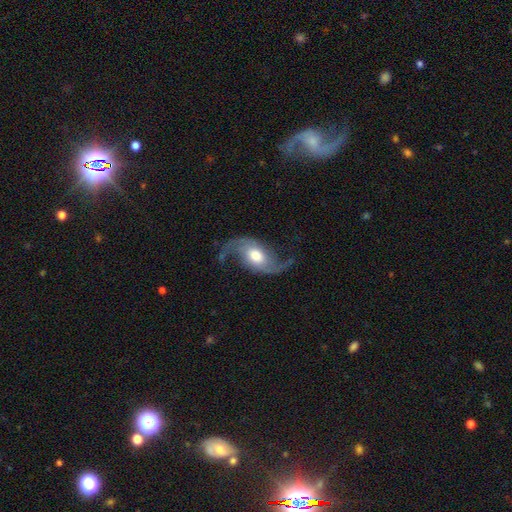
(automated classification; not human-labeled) smooth-or-featured: featured or disk: 89% | smooth: 6% | star or artifact: 5%
  disk-edge-on: no: 96% | yes: 4%
    bar: no: 58% | weak: 31% | strong: 10%
    has-spiral-arms: yes: 97% | no: 3%
      spiral-winding: loose: 77% | medium: 18% | tight: 4%
      spiral-arm-count: 2: 94% | 1: 1% | can't tell: 1% | 3: 1% | 4: 1% | more than 4: 1%
    bulge-size: moderate: 51% | large: 36% | small: 7% | dominant: 4% | none: 2%
  merging: none: 72% | minor disturbance: 16% | major disturbance: 11% | merger: 2%